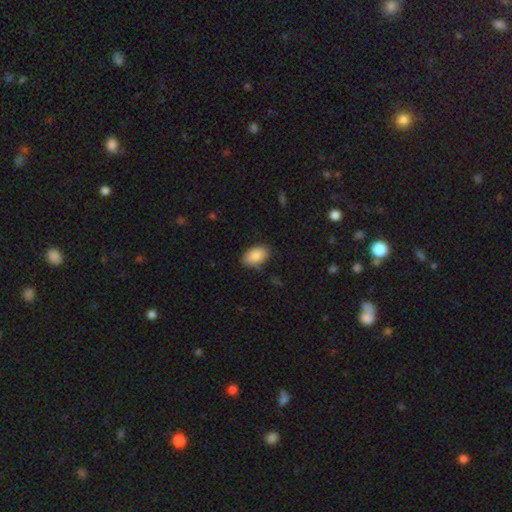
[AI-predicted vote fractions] A smooth galaxy with no disk features (87%) that is in between round and cigar-shaped (92%). Merging: none (80%).